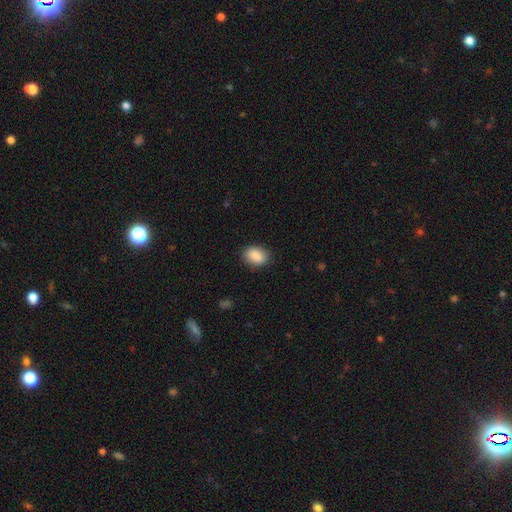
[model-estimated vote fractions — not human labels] Smooth or featured?
  - smooth: 88% *
  - star or artifact: 7%
  - featured or disk: 4%
How rounded?
  - in between: 77% *
  - round: 22%
  - cigar-shaped: 1%
Merging?
  - none: 85% *
  - minor disturbance: 12%
  - major disturbance: 3%
  - merger: 1%